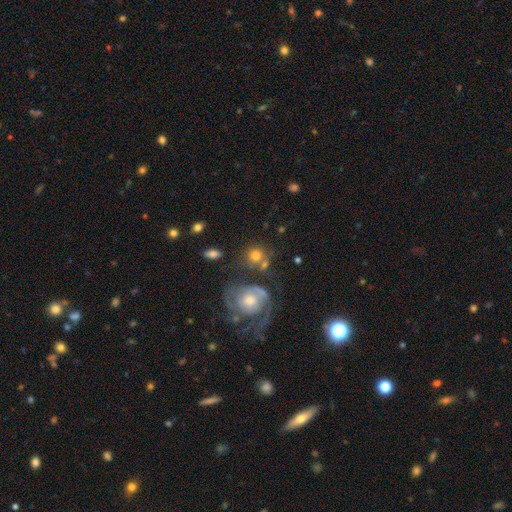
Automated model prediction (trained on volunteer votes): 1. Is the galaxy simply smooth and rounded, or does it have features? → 65% smooth, 24% featured or disk, 11% star or artifact.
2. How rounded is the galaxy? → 82% round, 17% in between, 1% cigar-shaped.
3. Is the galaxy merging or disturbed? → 52% none, 23% merger, 15% minor disturbance, 10% major disturbance.